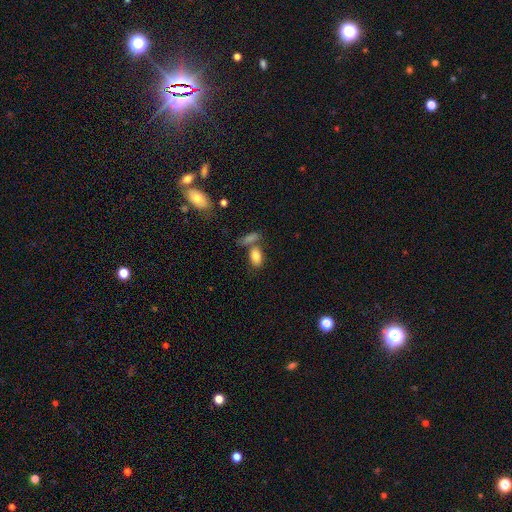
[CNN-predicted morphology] smooth_or_featured: smooth (p=0.84) [alt: featured or disk p=0.09]
how_rounded: in between (p=0.88) [alt: round p=0.09]
merging: none (p=0.52) [alt: merger p=0.31]